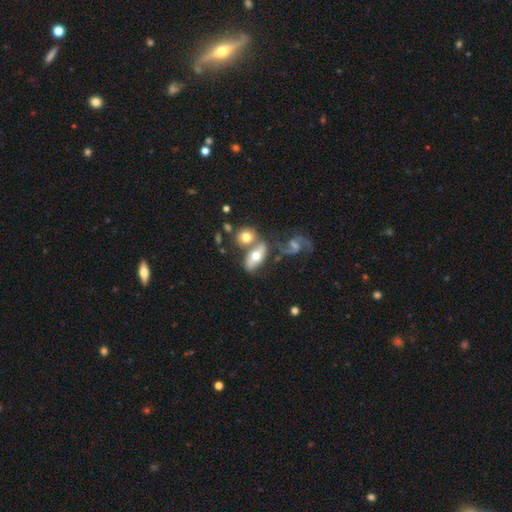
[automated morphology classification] A featured or disk galaxy (46%, tied with smooth). Merging: none (42%).